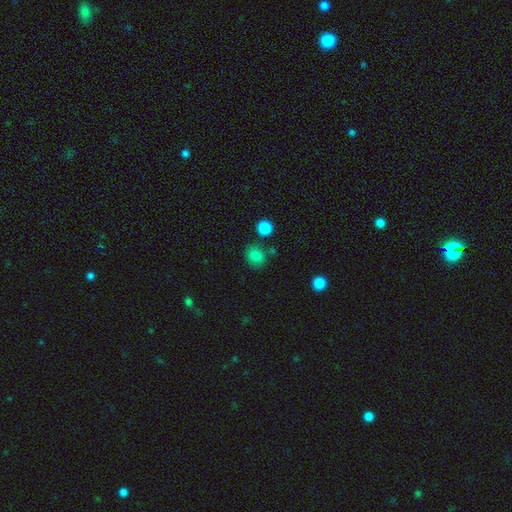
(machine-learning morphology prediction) This is clearly a smooth galaxy (83%). How rounded: likely round (69%). Merging: likely none (74%).